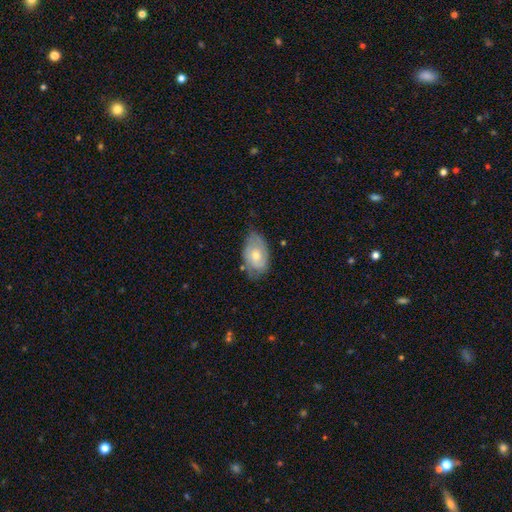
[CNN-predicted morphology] featured or disk 50%, smooth 43%, star or artifact 7%. Down the decision tree: merging — none (63%).